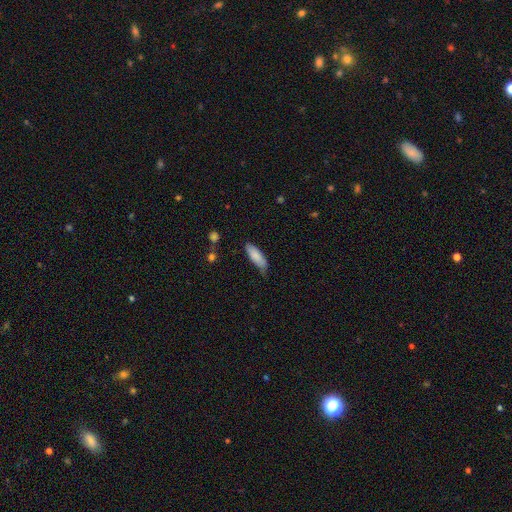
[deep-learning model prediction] A smooth galaxy with no disk features (85%) that is in between round and cigar-shaped (60%). Merging: none (66%).